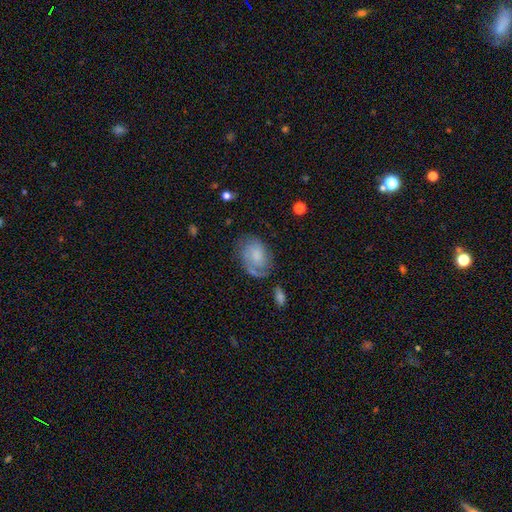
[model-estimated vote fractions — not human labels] Smooth or featured: featured or disk — 50% (smooth — 41%)
Edge-on disk: no — 96% (yes — 4%)
Merging: none — 56% (minor disturbance — 25%)